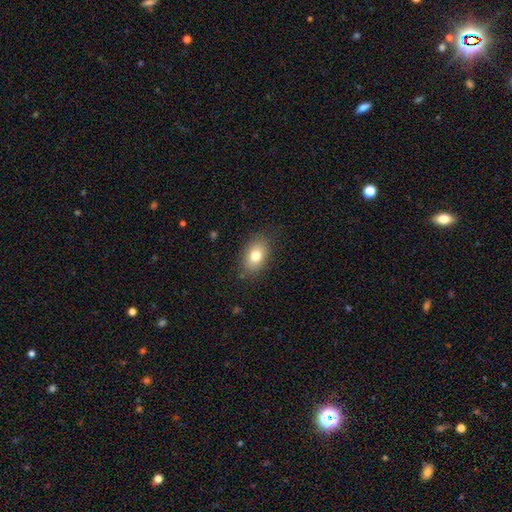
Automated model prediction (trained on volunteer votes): Q: Smooth or featured?
A: smooth (78%); runner-up: featured or disk (13%)
Q: How rounded?
A: in between (84%); runner-up: round (14%)
Q: Merging?
A: none (83%); runner-up: minor disturbance (12%)